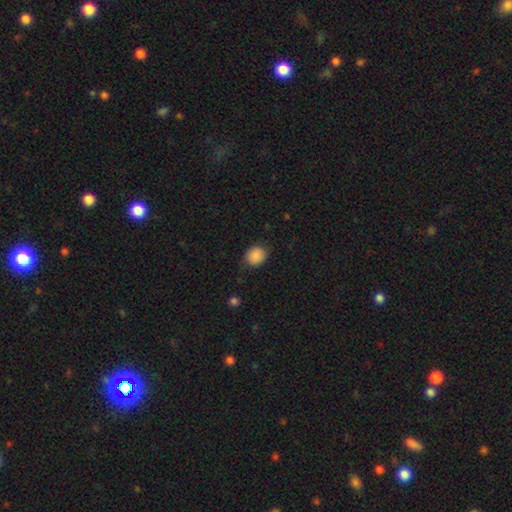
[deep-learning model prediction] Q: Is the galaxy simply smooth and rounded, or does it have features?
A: smooth — 88%.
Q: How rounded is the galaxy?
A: round — 66%.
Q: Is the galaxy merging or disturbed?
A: none — 79%.